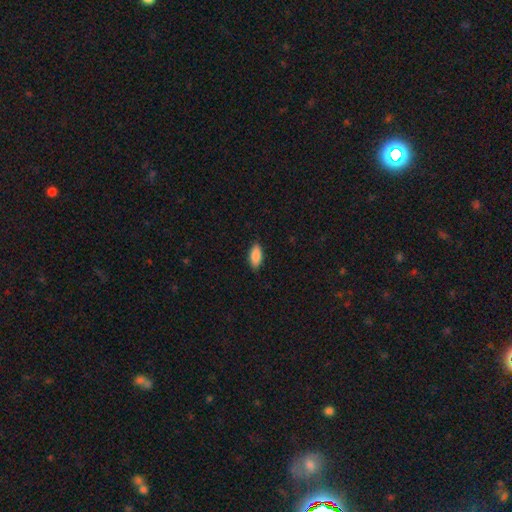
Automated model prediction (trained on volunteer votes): Smooth or featured?
  - smooth: 89% *
  - star or artifact: 6%
  - featured or disk: 5%
How rounded?
  - in between: 88% *
  - cigar-shaped: 9%
  - round: 2%
Merging?
  - none: 88% *
  - minor disturbance: 9%
  - major disturbance: 2%
  - merger: 1%